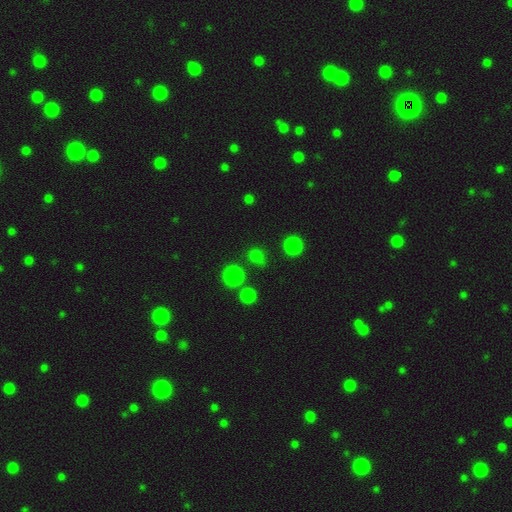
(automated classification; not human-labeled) Smooth or featured?
  - smooth: 76% *
  - star or artifact: 19%
  - featured or disk: 5%
How rounded?
  - round: 81% *
  - in between: 17%
  - cigar-shaped: 1%
Merging?
  - none: 75% *
  - minor disturbance: 11%
  - merger: 8%
  - major disturbance: 6%